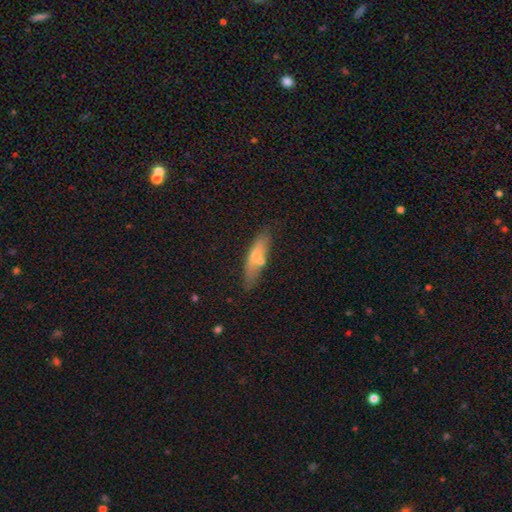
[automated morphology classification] Q: Smooth or featured?
A: smooth (62%); runner-up: featured or disk (29%)
Q: How rounded?
A: cigar-shaped (68%); runner-up: in between (29%)
Q: Merging?
A: none (74%); runner-up: minor disturbance (15%)